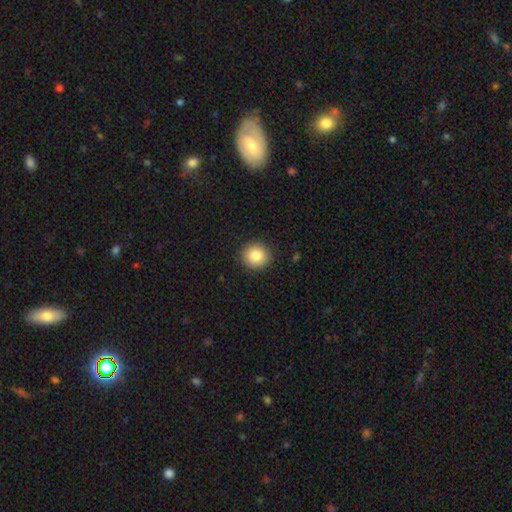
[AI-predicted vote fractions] Smooth or featured? smooth (85%)
How rounded? round (92%)
Merging? none (92%)